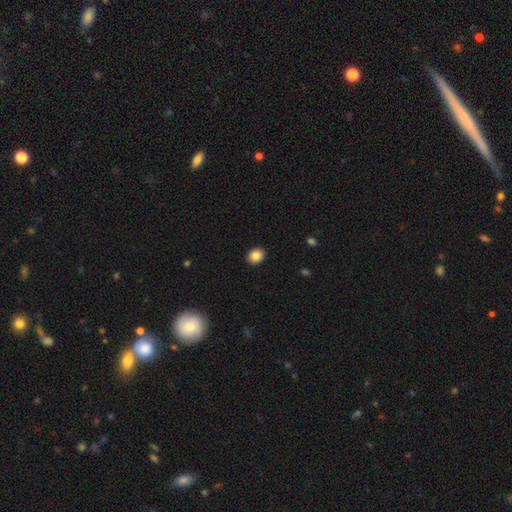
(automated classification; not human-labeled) Smooth or featured? Predicted: smooth (p=0.86). How rounded? Predicted: round (p=0.63). Merging? Predicted: none (p=0.92).